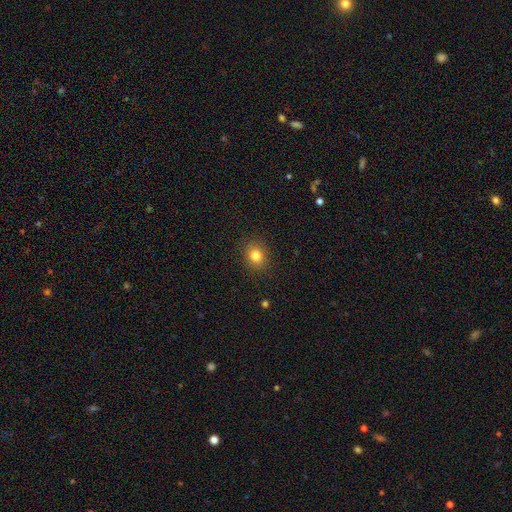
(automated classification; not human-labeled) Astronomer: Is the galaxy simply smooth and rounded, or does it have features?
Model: smooth — 82%.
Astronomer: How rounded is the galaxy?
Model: round — 66%.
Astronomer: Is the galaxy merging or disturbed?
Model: none — 89%.